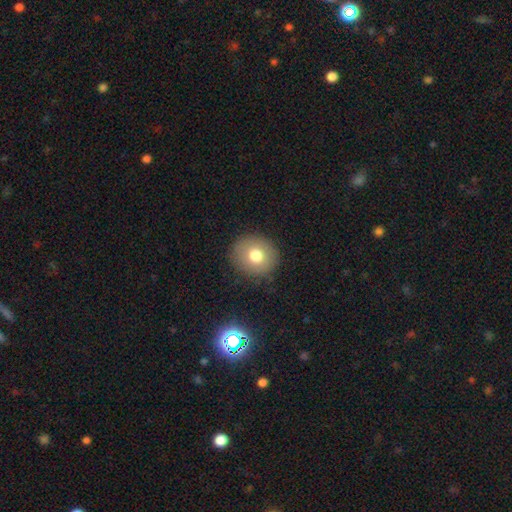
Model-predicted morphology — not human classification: smooth 74%, featured or disk 15%, star or artifact 11%. Down the decision tree: how rounded — round (84%); merging — none (88%).